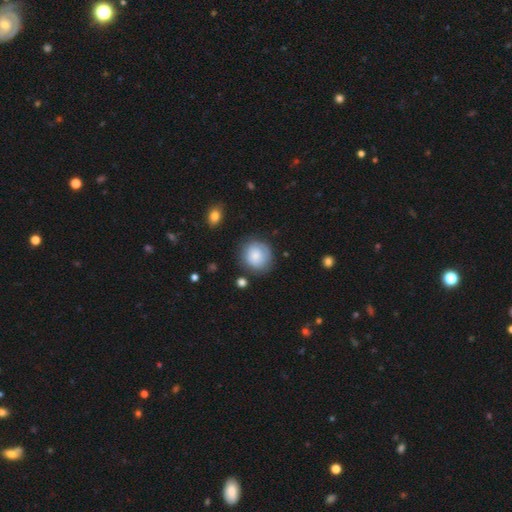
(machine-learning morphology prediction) Smooth or featured?
  - smooth: 76% *
  - featured or disk: 17%
  - star or artifact: 7%
How rounded?
  - round: 87% *
  - in between: 13%
  - cigar-shaped: 1%
Merging?
  - none: 77% *
  - minor disturbance: 16%
  - major disturbance: 5%
  - merger: 2%